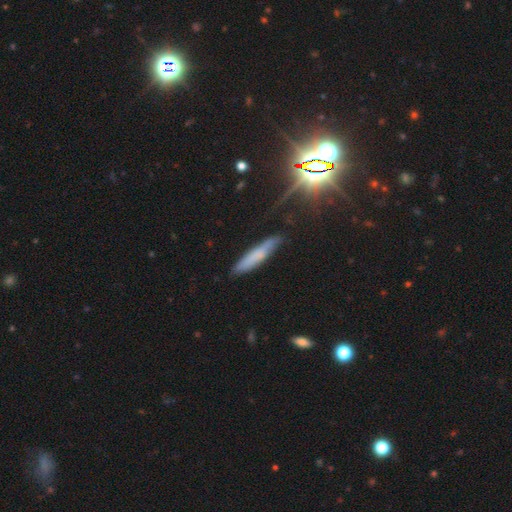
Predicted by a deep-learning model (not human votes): smooth-or-featured: smooth: 65% | featured or disk: 22% | star or artifact: 13%
  how-rounded: cigar-shaped: 88% | in between: 11% | round: 2%
  merging: none: 79% | minor disturbance: 16% | major disturbance: 3% | merger: 2%